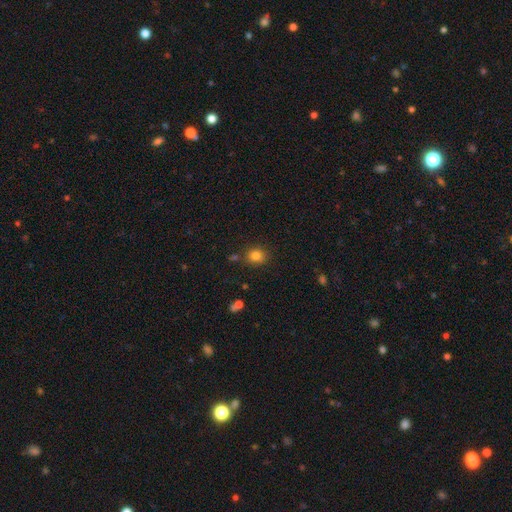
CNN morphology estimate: This is clearly a smooth galaxy (81%). How rounded: likely round (74%). Merging: clearly none (81%).